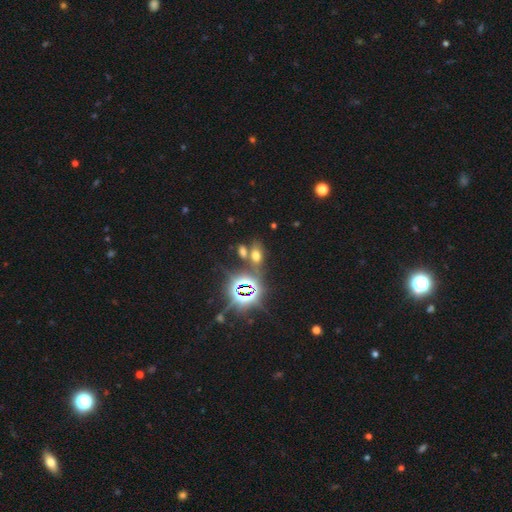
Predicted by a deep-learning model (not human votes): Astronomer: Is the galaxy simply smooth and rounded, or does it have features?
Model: smooth — 46% (runner-up: star or artifact, 42%).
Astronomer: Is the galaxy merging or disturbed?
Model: none — 58%.